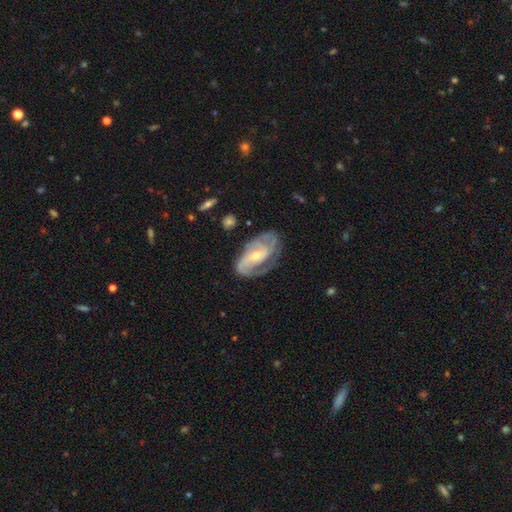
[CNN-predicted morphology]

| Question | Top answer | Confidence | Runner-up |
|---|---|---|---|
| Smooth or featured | featured or disk | 86% | smooth (9%) |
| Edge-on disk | no | 96% | yes (4%) |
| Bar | no | 46% | weak (35%) |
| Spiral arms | yes | 95% | no (5%) |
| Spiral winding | tight | 43% | medium (42%) |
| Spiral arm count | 2 | 61% | can't tell (14%) |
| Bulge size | small | 61% | moderate (35%) |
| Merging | none | 68% | minor disturbance (20%) |